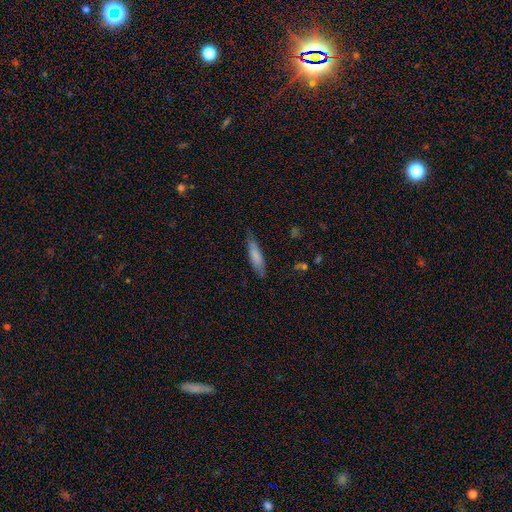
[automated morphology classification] Smooth or featured? smooth (78%)
How rounded? cigar-shaped (74%)
Merging? none (76%)